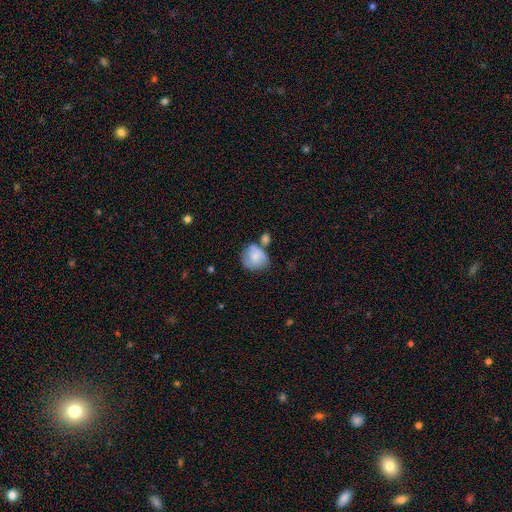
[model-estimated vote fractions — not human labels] This is likely a smooth galaxy (71%). How rounded: likely round (76%). Merging: marginally none (42%).